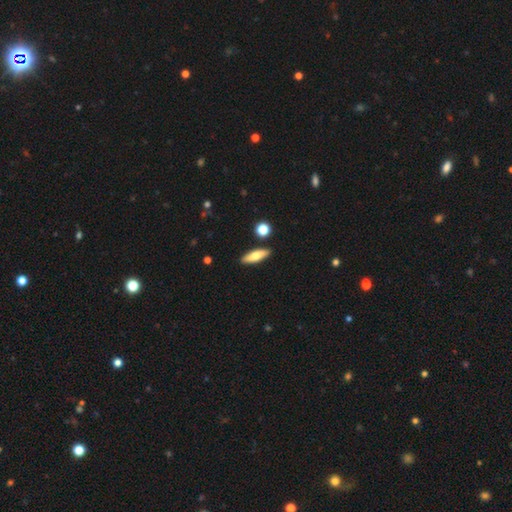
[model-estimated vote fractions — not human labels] The model was most divided on "how rounded": cigar-shaped: 54%, in between: 43%, round: 3%. More confident: merging — none (87%); smooth or featured — smooth (66%).